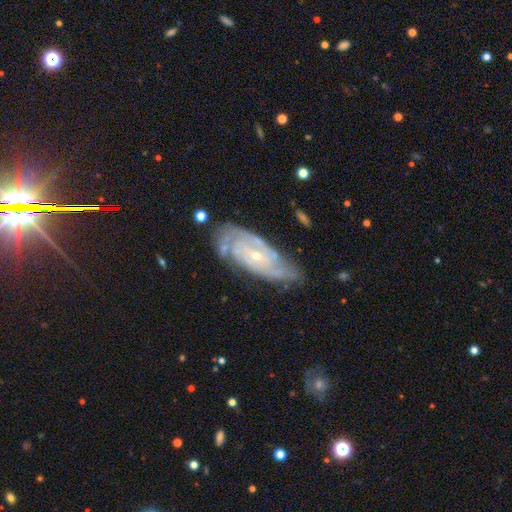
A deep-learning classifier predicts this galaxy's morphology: Smooth or featured: featured or disk — 86% (smooth — 8%)
Edge-on disk: no — 92% (yes — 8%)
Bar: no — 60% (weak — 32%)
Spiral arms: yes — 96% (no — 4%)
Spiral winding: tight — 67% (medium — 28%)
Spiral arm count: 2 — 31% (can't tell — 29%)
Bulge size: small — 73% (moderate — 23%)
Merging: none — 68% (minor disturbance — 23%)